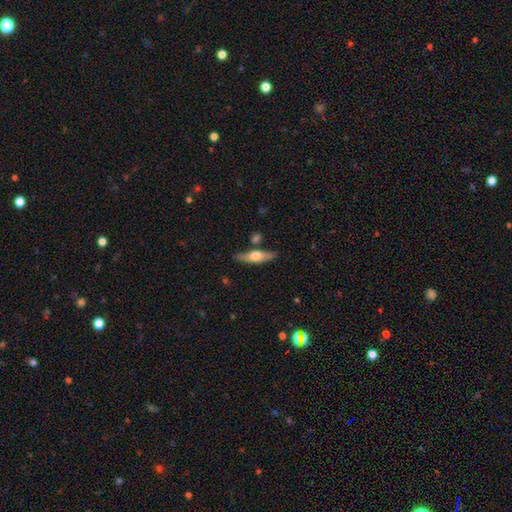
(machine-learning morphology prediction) Overall: featured or disk (47%, tied with smooth). Merging: none (77%).